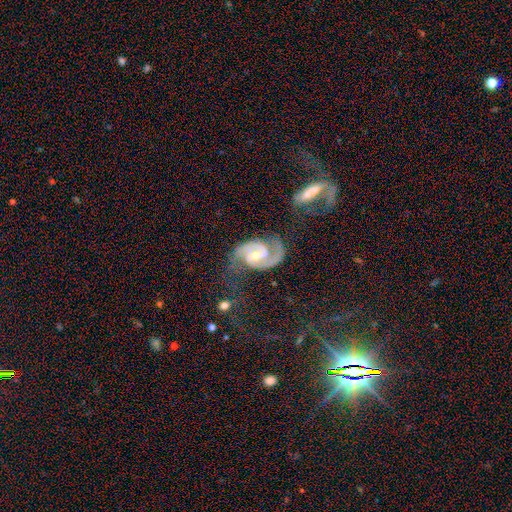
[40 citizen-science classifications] This is clearly a featured or disk galaxy (88%). It is clearly not viewed edge-on (97%). Bar: marginally weak (41%). Spiral arm pattern: clearly yes (97%). Spiral arm count: clearly 2 (94%). Spiral winding: likely medium (67%). Central bulge: likely moderate (68%). Merging: possibly none (49%).